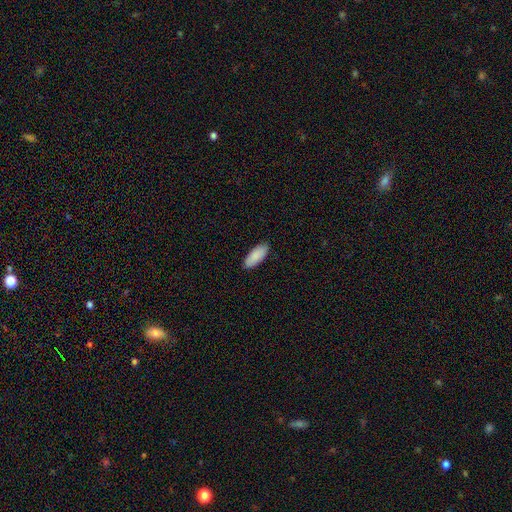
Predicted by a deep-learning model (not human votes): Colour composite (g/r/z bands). It shows a smooth galaxy with no disk features (90%) that is in between round and cigar-shaped (83%). Merging: none (88%).